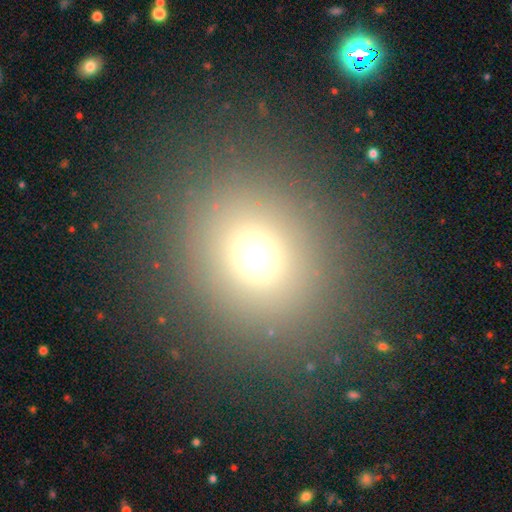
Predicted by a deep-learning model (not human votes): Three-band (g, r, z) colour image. It shows a smooth galaxy with no disk features (69%) that is round (75%). Merging: none (84%).